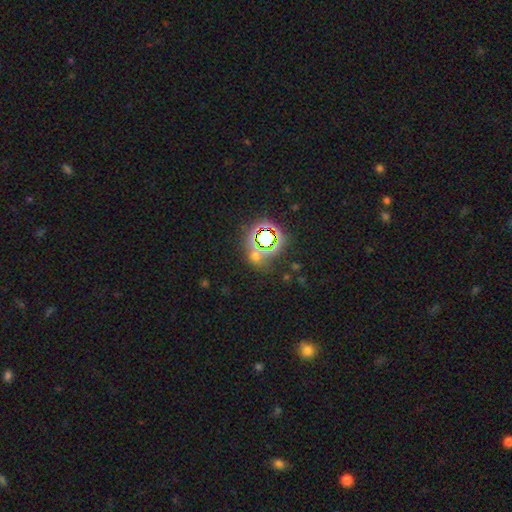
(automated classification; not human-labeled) Smooth or featured: star or artifact — 58% (smooth — 32%)